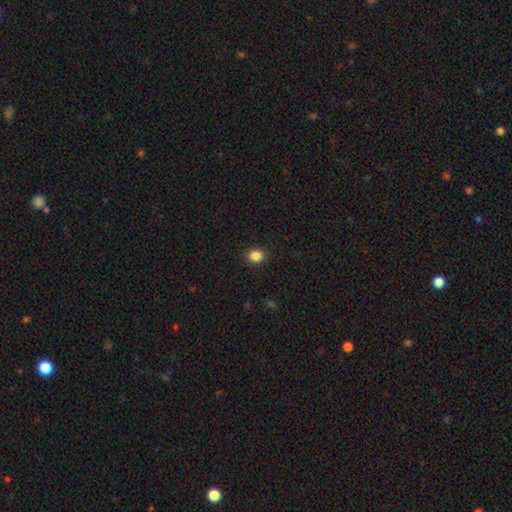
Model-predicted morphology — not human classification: Overall: smooth (86%). How rounded: round (66%; in between 33%). Merging: none (90%).